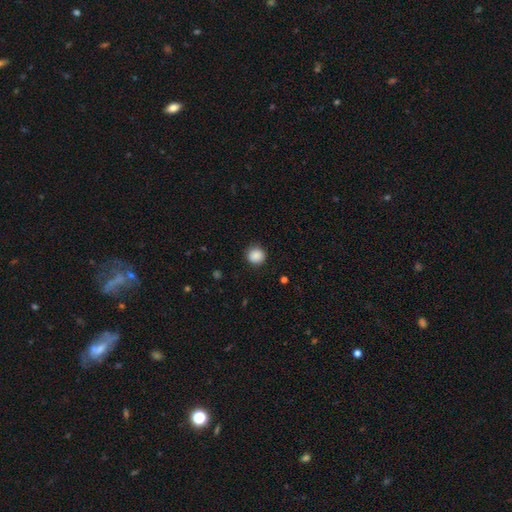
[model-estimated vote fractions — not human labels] Smooth or featured? smooth (89%)
How rounded? round (93%)
Merging? none (90%)